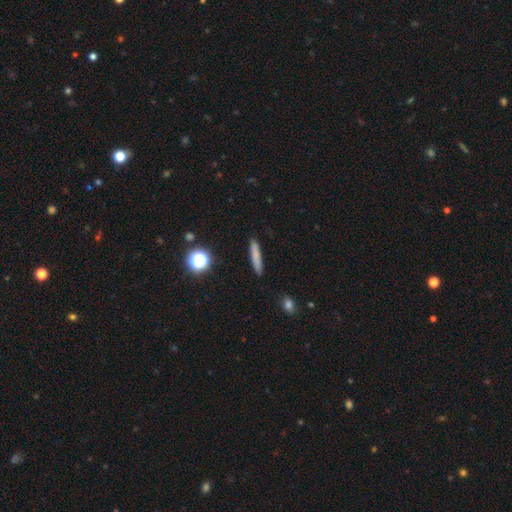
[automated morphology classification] Smooth or featured?
  - smooth: 76% *
  - featured or disk: 13%
  - star or artifact: 10%
How rounded?
  - cigar-shaped: 91% *
  - in between: 6%
  - round: 2%
Merging?
  - none: 89% *
  - minor disturbance: 8%
  - major disturbance: 2%
  - merger: 1%